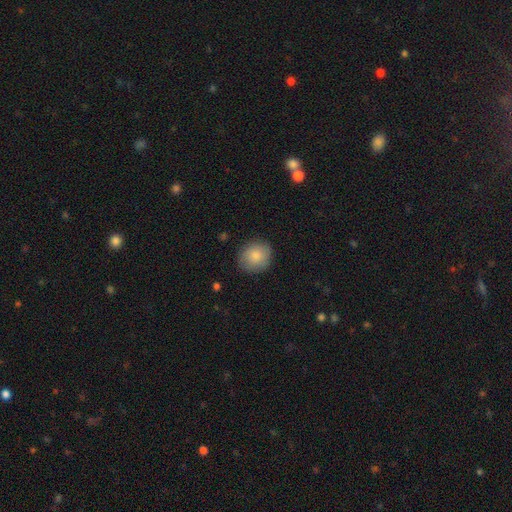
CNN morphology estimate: A smooth galaxy with no disk features (84%) that is round (75%).

Vote fractions:
- Smooth or featured? smooth: 84% / featured or disk: 9% / star or artifact: 7%
- How rounded? round: 75% / in between: 24% / cigar-shaped: 1%
- Merging? none: 84% / minor disturbance: 12% / major disturbance: 3% / merger: 1%